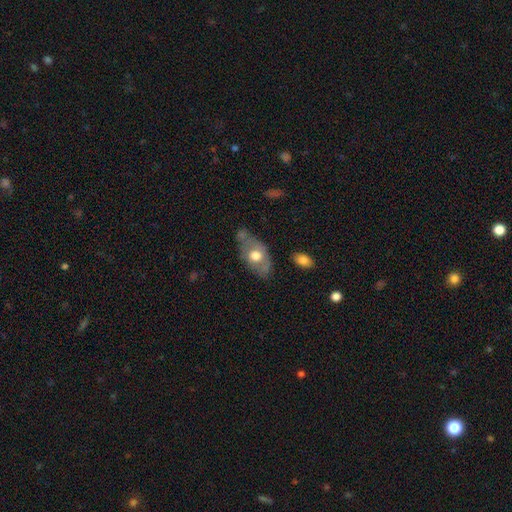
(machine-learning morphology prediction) A smooth galaxy with no disk features (53%) that is in between round and cigar-shaped (86%). Merging: none (49%).